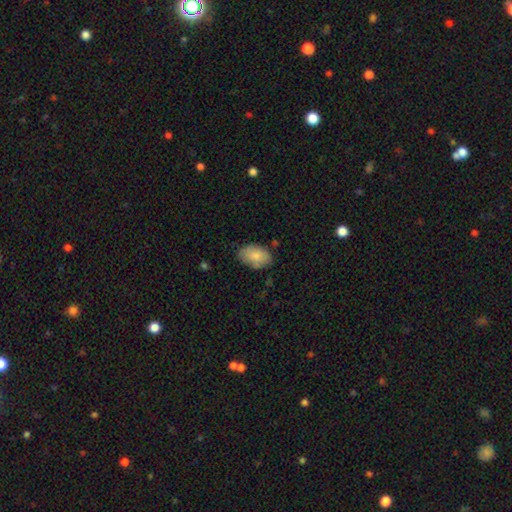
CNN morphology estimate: Q: Smooth or featured?
A: smooth (80%); runner-up: featured or disk (13%)
Q: How rounded?
A: in between (90%); runner-up: round (9%)
Q: Merging?
A: none (73%); runner-up: minor disturbance (21%)